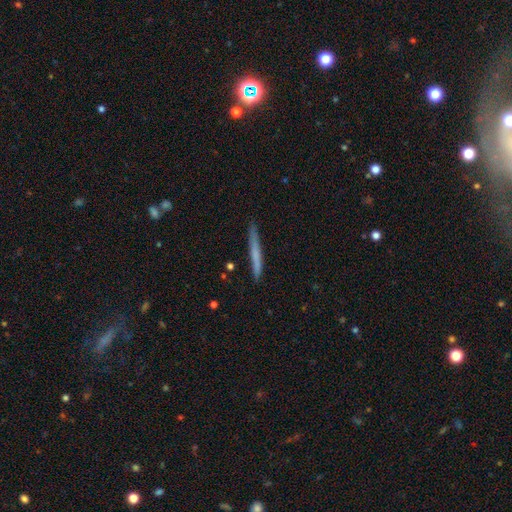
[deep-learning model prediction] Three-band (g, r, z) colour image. It shows a smooth galaxy with no disk features (57%) that is cigar-shaped (97%). Merging: none (86%).